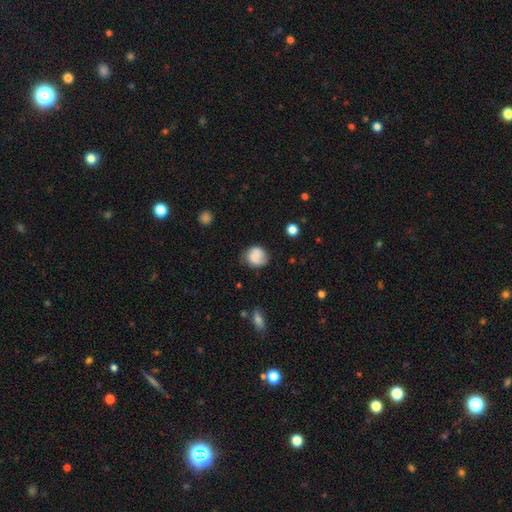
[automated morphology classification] Smooth or featured? Predicted: smooth (p=0.73). How rounded? Predicted: round (p=0.80). Merging? Predicted: none (p=0.63).